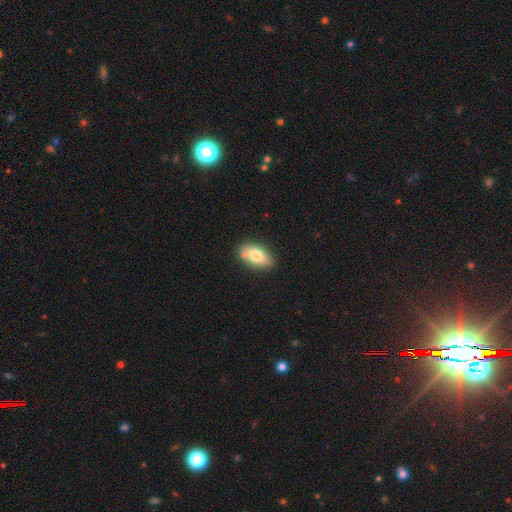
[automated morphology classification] smooth 76%, featured or disk 16%, star or artifact 7%. Down the decision tree: how rounded — in between (91%); merging — none (72%).